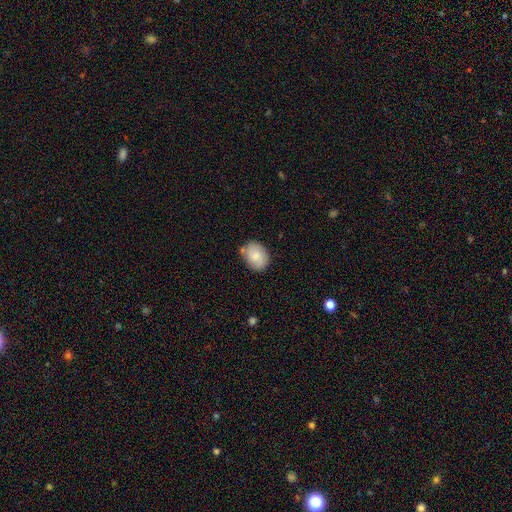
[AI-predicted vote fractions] smooth 76%, featured or disk 17%, star or artifact 7%. Down the decision tree: how rounded — in between (63%); merging — none (74%).